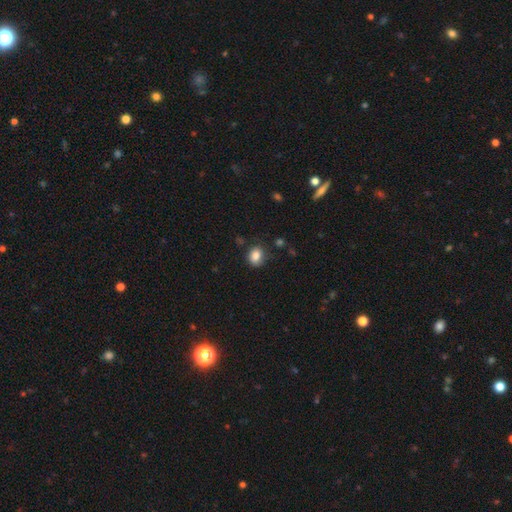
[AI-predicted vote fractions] This appears to be a smooth galaxy with no disk features (84%) that is round (54%). Merging: none (77%).